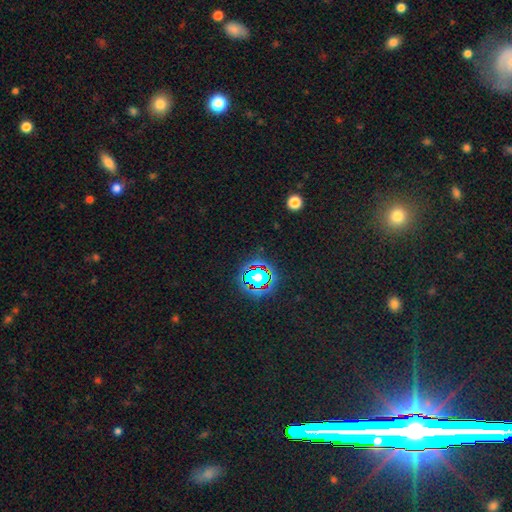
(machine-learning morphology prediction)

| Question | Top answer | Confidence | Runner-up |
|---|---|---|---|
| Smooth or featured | star or artifact | 78% | smooth (12%) |